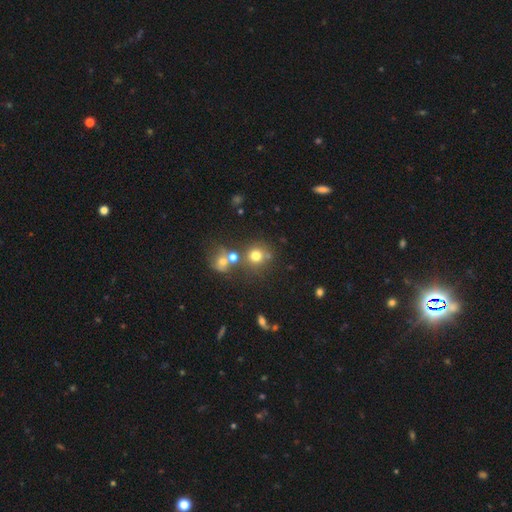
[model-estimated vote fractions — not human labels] smooth 72%, star or artifact 17%, featured or disk 11%. Down the decision tree: how rounded — round (87%); merging — none (61%).